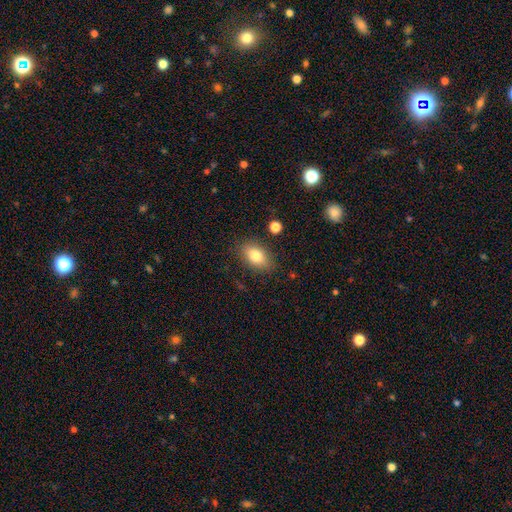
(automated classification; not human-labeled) Smooth or featured: smooth — 80% (featured or disk — 11%)
How rounded: in between — 88% (round — 10%)
Merging: none — 83% (minor disturbance — 11%)